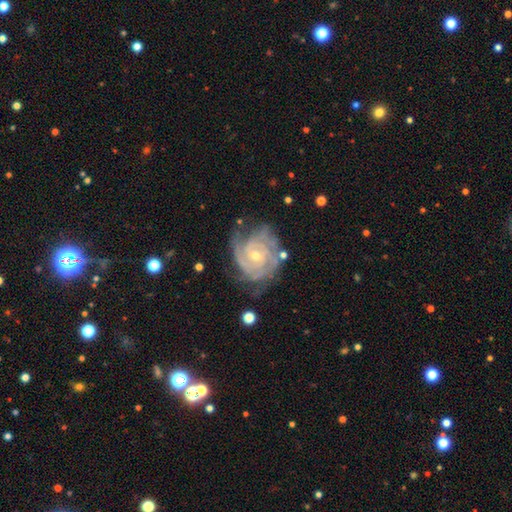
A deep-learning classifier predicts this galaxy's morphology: smooth-or-featured: featured or disk: 89% | smooth: 6% | star or artifact: 5%
  disk-edge-on: no: 97% | yes: 3%
    bar: no: 66% | weak: 27% | strong: 7%
    has-spiral-arms: yes: 97% | no: 3%
      spiral-winding: tight: 72% | medium: 24% | loose: 4%
      spiral-arm-count: 3: 29% | can't tell: 23% | 2: 23% | 4: 14% | more than 4: 6% | 1: 5%
    bulge-size: small: 62% | moderate: 35% | none: 1% | large: 1% | dominant: 1%
  merging: none: 67% | minor disturbance: 22% | major disturbance: 9% | merger: 2%